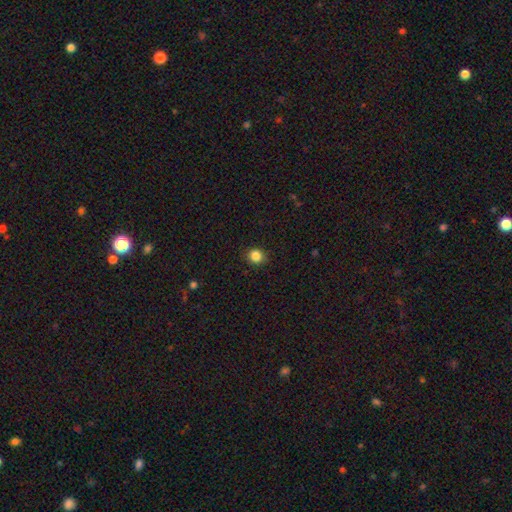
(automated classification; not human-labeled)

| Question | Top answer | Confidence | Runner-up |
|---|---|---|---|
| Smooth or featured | smooth | 85% | star or artifact (11%) |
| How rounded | round | 81% | in between (18%) |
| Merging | none | 89% | minor disturbance (8%) |